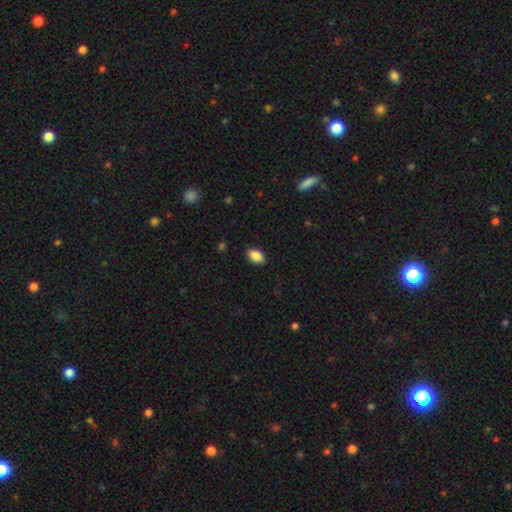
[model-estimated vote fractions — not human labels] Smooth or featured: smooth — 88% (star or artifact — 8%)
How rounded: in between — 90% (round — 8%)
Merging: none — 87% (minor disturbance — 10%)